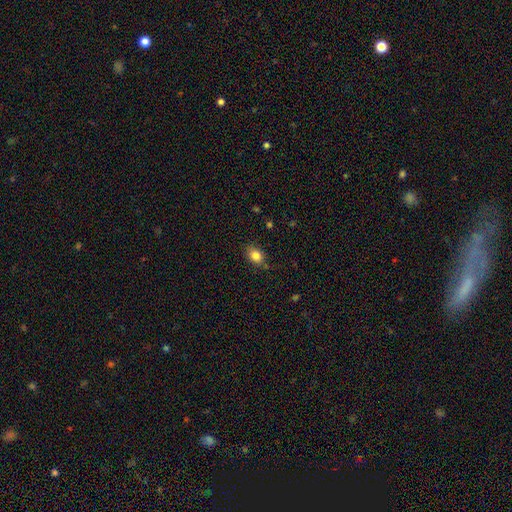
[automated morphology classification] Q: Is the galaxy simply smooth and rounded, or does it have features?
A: smooth — 84%.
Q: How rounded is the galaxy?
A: in between — 66%.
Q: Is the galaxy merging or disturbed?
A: none — 75%.